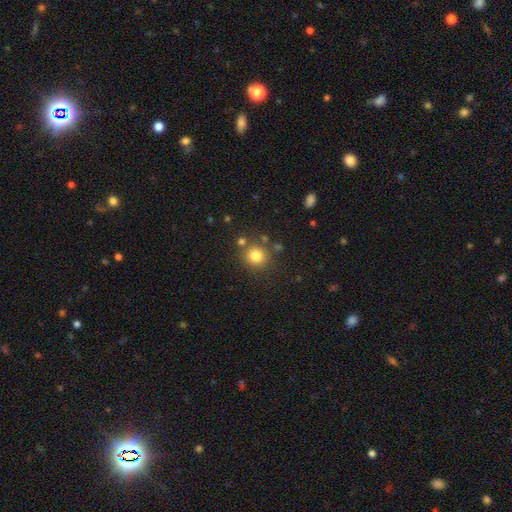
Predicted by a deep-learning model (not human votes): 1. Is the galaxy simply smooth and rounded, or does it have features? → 80% smooth, 13% star or artifact, 7% featured or disk.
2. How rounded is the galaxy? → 91% round, 8% in between, 1% cigar-shaped.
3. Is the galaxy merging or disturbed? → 81% none, 9% minor disturbance, 8% merger, 3% major disturbance.